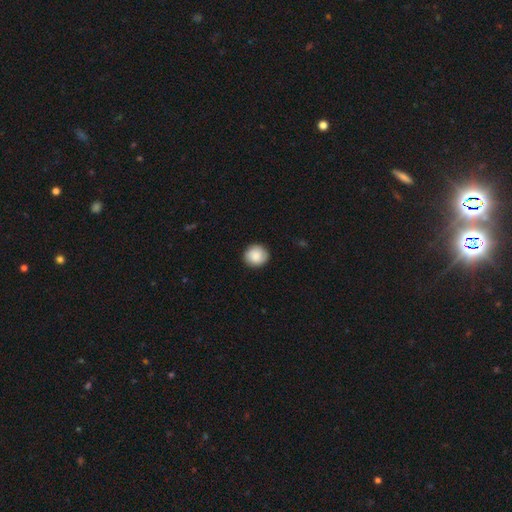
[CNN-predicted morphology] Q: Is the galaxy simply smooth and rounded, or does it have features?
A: smooth — 84%.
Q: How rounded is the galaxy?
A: round — 88%.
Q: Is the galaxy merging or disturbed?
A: none — 89%.